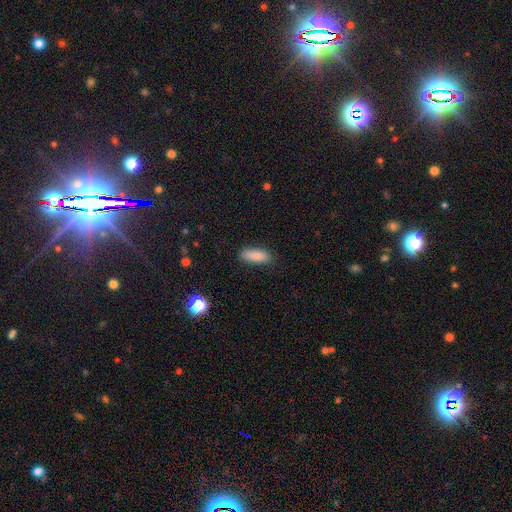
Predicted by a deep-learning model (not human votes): Smooth or featured? smooth (88%)
How rounded? in between (66%)
Merging? none (86%)